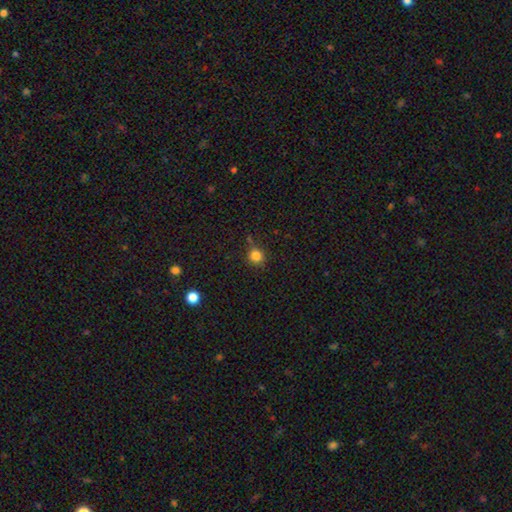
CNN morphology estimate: A smooth galaxy with no disk features (82%) that is round (90%).

Vote fractions:
- Smooth or featured? smooth: 82% / star or artifact: 13% / featured or disk: 5%
- How rounded? round: 90% / in between: 9% / cigar-shaped: 1%
- Merging? none: 76% / minor disturbance: 14% / merger: 6% / major disturbance: 4%